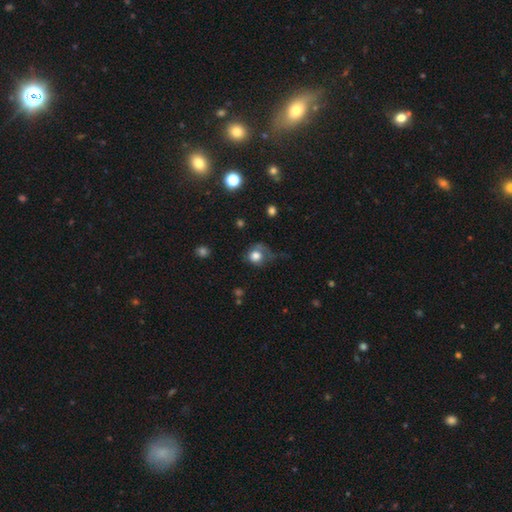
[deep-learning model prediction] Smooth or featured? Predicted: smooth (p=0.75). How rounded? Predicted: round (p=0.78). Merging? Predicted: none (p=0.41).